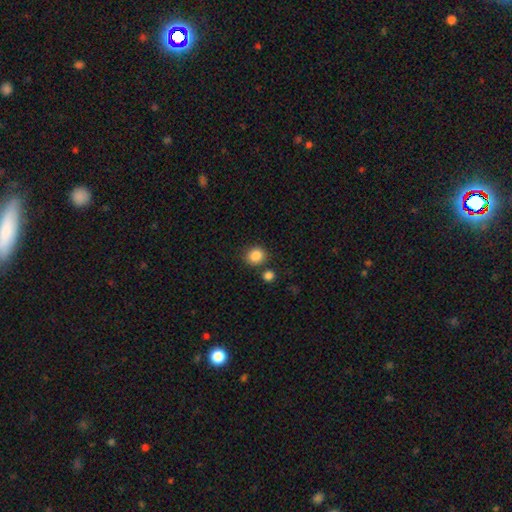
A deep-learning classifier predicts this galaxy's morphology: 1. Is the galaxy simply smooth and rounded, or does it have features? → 86% smooth, 10% star or artifact, 4% featured or disk.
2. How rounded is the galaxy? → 84% round, 15% in between, 1% cigar-shaped.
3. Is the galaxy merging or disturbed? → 79% none, 9% merger, 9% minor disturbance, 3% major disturbance.